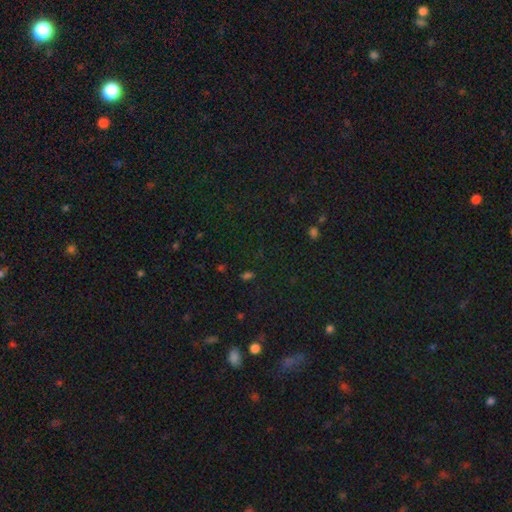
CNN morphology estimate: star or artifact 67%, smooth 24%, featured or disk 10%.